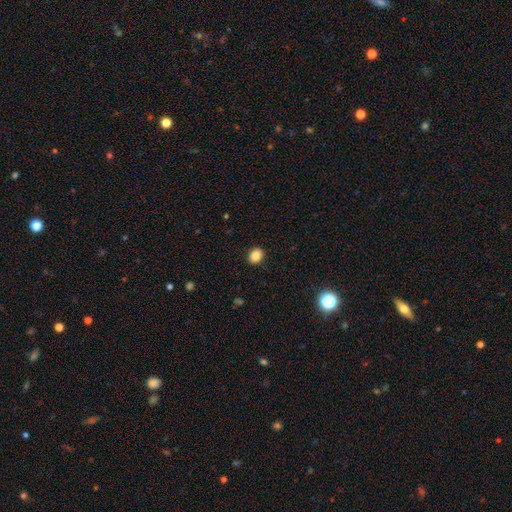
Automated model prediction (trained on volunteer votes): Overall: smooth (88%). How rounded: in between (55%; round 44%). Merging: none (90%).